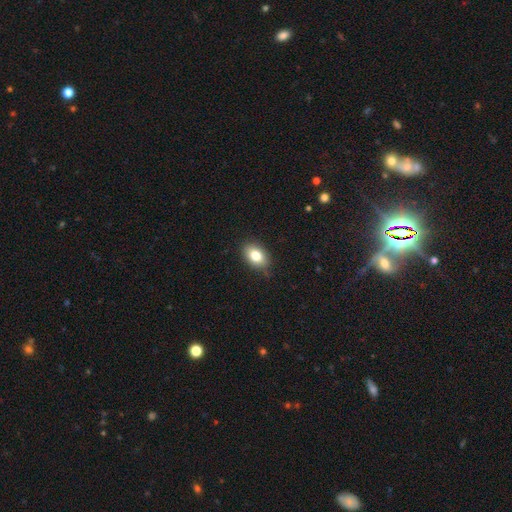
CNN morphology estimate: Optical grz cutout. It shows a smooth galaxy with no disk features (80%) that is in between round and cigar-shaped (84%). Merging: none (83%).